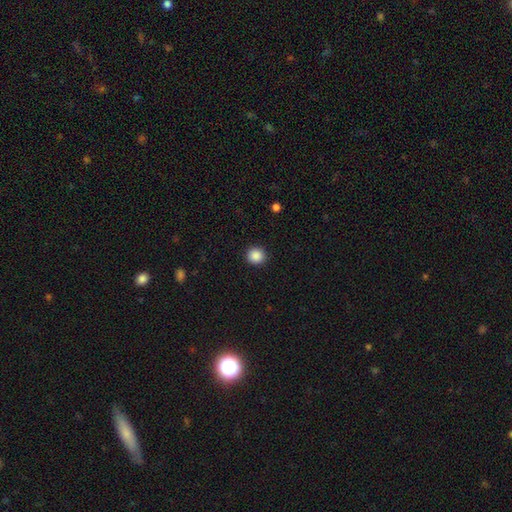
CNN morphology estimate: Overall: smooth (88%). How rounded: round (92%). Merging: none (92%).